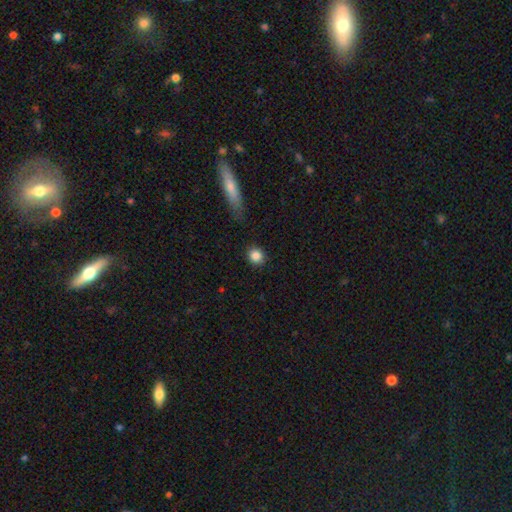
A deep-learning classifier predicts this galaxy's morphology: Overall: smooth (85%). How rounded: round (84%). Merging: none (88%).